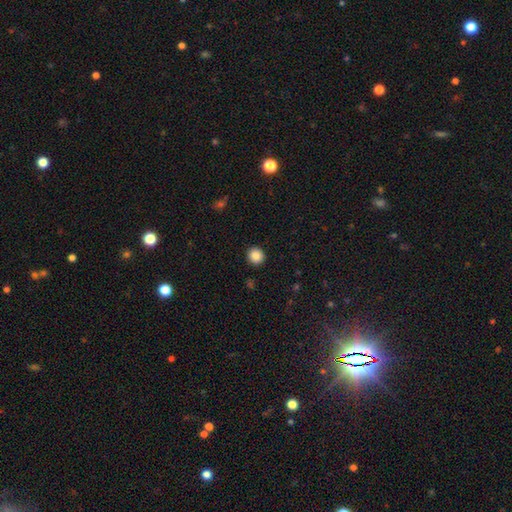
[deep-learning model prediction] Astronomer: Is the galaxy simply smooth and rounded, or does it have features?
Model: smooth — 87%.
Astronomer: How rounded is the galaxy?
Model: round — 90%.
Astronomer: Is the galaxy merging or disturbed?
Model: none — 92%.